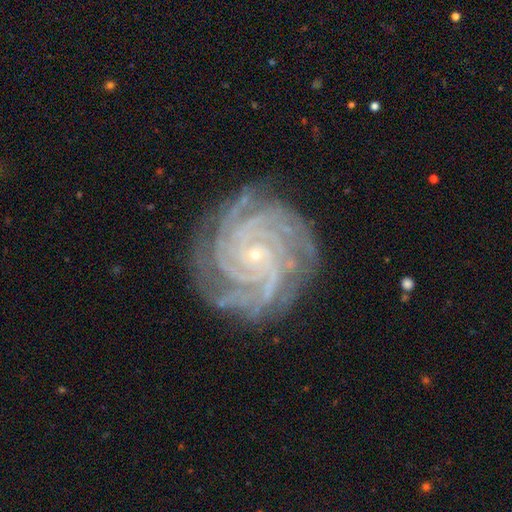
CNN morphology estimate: smooth-or-featured: featured or disk: 92% | star or artifact: 5% | smooth: 3%
  disk-edge-on: no: 98% | yes: 2%
    bar: no: 72% | weak: 19% | strong: 9%
    has-spiral-arms: yes: 99% | no: 1%
      spiral-winding: tight: 83% | medium: 15% | loose: 2%
      spiral-arm-count: 4: 30% | more than 4: 27% | 3: 14% | can't tell: 11% | 2: 9% | 1: 8%
    bulge-size: small: 89% | moderate: 8% | none: 1% | large: 1% | dominant: 1%
  merging: none: 84% | minor disturbance: 12% | major disturbance: 3% | merger: 1%